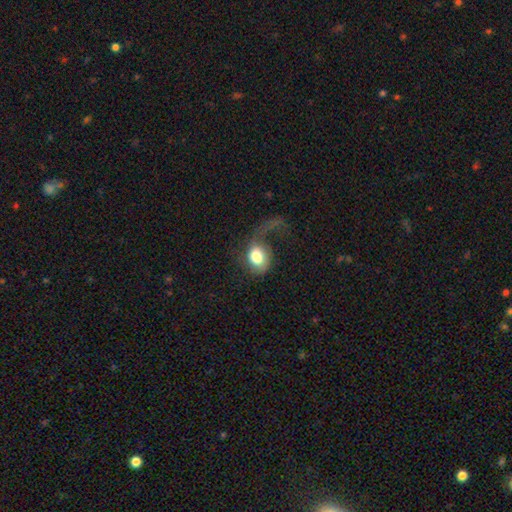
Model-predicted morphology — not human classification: Smooth or featured? smooth (61%)
How rounded? round (51%)
Merging? major disturbance (60%)